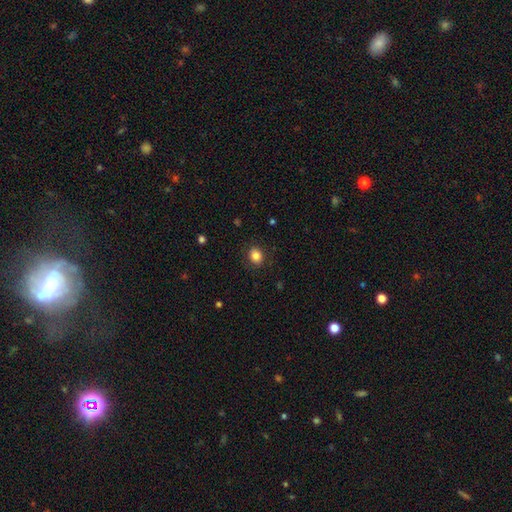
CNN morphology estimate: A smooth galaxy with no disk features (84%) that is round (52%). Merging: none (86%).